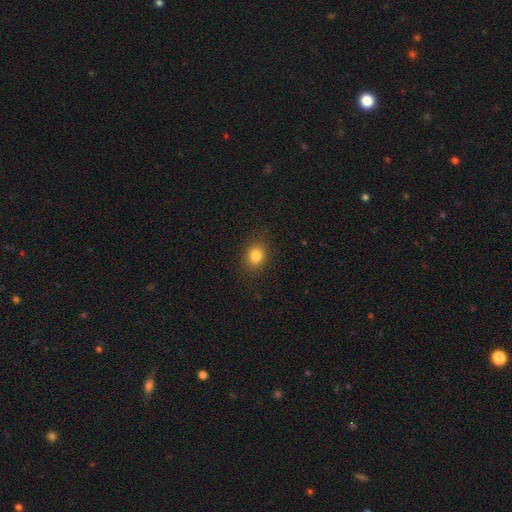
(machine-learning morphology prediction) type=smooth (82%); roundness=round (55%); merging=none (88%).